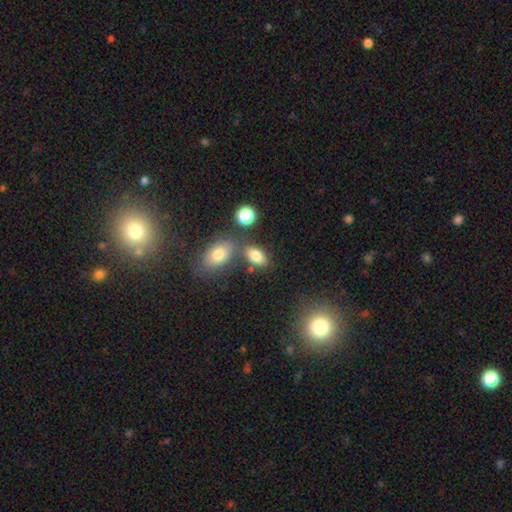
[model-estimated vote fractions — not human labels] smooth 78%, star or artifact 11%, featured or disk 11%. Down the decision tree: how rounded — in between (87%); merging — none (65%).